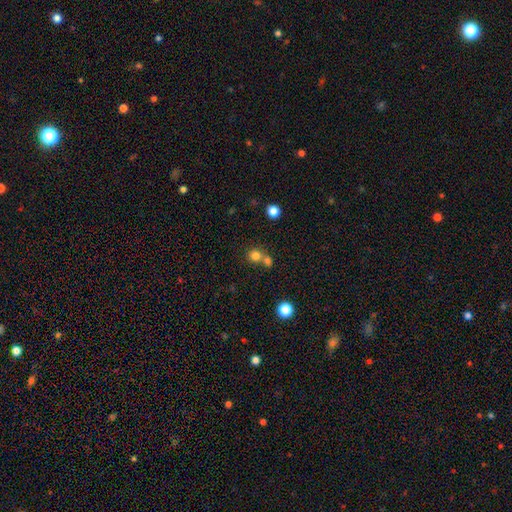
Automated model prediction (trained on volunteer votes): A smooth galaxy with no disk features (78%) that is round (87%).

Vote fractions:
- Smooth or featured? smooth: 78% / star or artifact: 14% / featured or disk: 8%
- How rounded? round: 87% / in between: 12% / cigar-shaped: 1%
- Merging? none: 52% / merger: 39% / minor disturbance: 6% / major disturbance: 3%